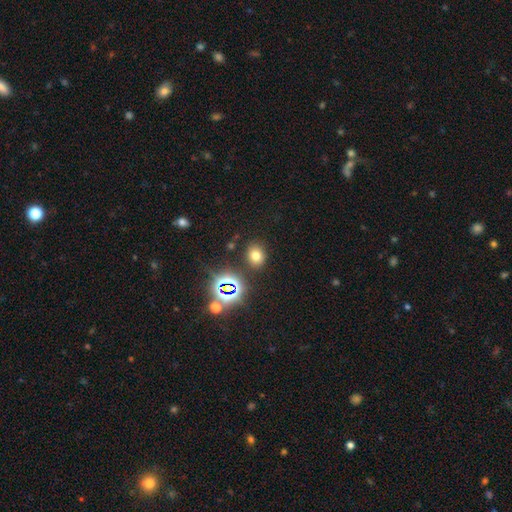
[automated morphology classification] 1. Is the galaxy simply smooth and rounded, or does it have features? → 67% smooth, 24% star or artifact, 9% featured or disk.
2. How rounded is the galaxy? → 56% round, 43% in between, 1% cigar-shaped.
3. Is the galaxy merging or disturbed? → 85% none, 9% minor disturbance, 3% major disturbance, 3% merger.